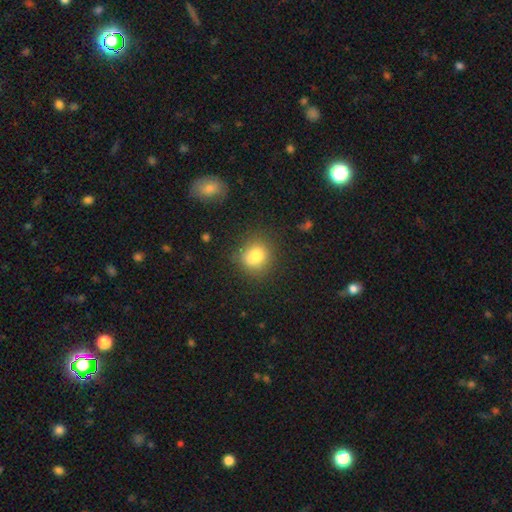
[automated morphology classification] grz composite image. It shows a smooth galaxy with no disk features (77%) that is round (82%). Merging: none (71%).